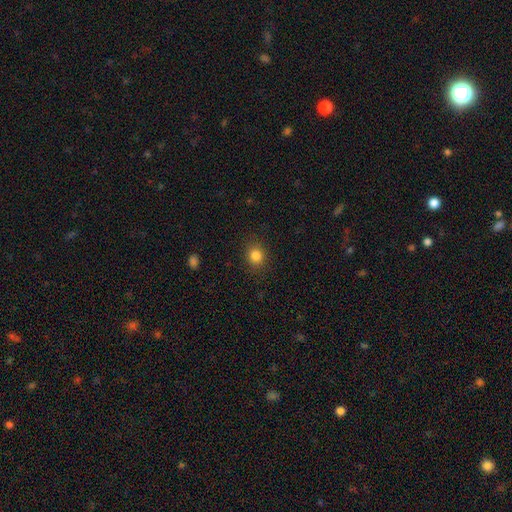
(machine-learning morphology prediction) This is clearly a smooth galaxy (83%). How rounded: likely round (77%). Merging: clearly none (88%).